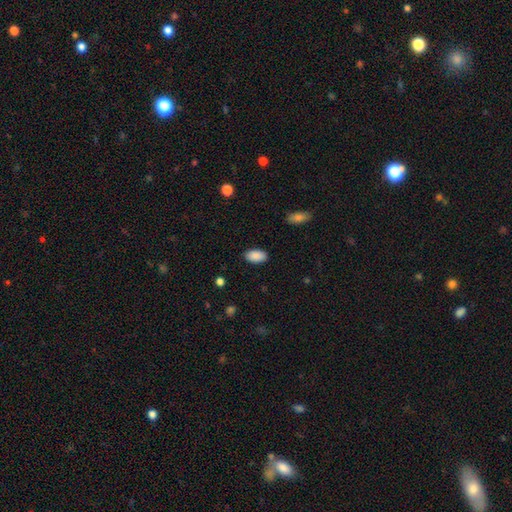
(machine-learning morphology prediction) type=smooth (90%); roundness=in between (94%); merging=none (88%).